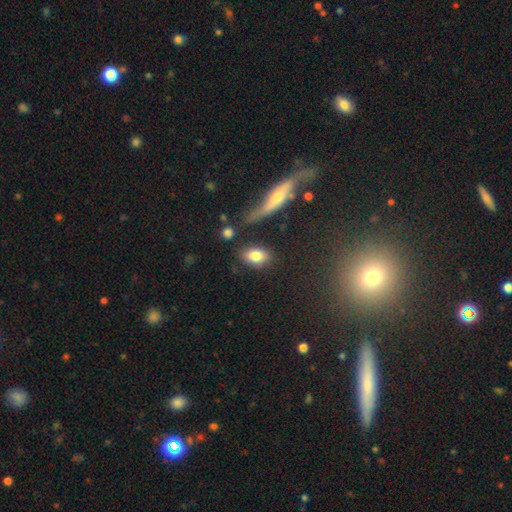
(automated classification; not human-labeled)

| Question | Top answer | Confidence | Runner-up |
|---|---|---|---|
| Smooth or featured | smooth | 81% | featured or disk (11%) |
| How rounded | in between | 82% | round (15%) |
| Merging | none | 79% | minor disturbance (11%) |